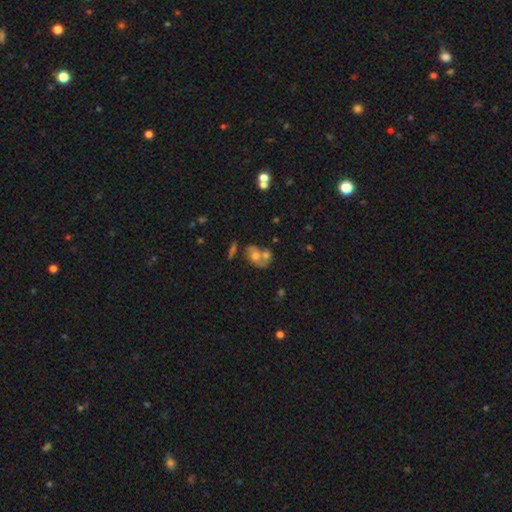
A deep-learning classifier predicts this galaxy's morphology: Q: Smooth or featured?
A: smooth (55%); runner-up: featured or disk (34%)
Q: How rounded?
A: in between (68%); runner-up: round (30%)
Q: Merging?
A: merger (53%); runner-up: none (30%)